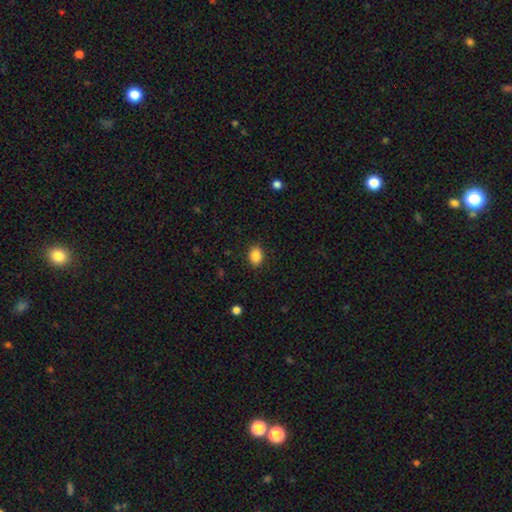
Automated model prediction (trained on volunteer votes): Overall: smooth (87%). How rounded: in between (72%). Merging: none (88%).